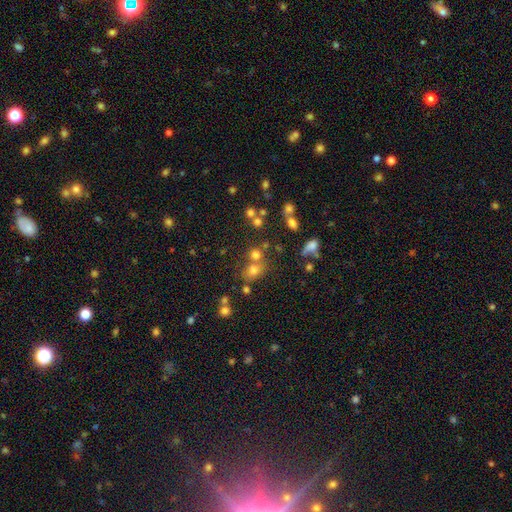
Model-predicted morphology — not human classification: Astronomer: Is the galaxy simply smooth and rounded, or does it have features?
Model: smooth — 61%.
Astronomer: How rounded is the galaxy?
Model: round — 70%.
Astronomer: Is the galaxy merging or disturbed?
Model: none — 55%.